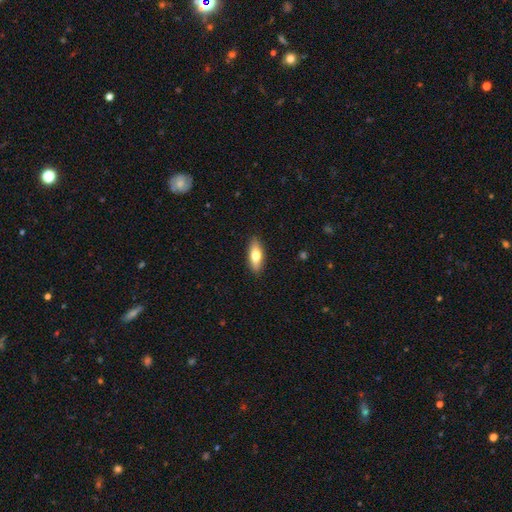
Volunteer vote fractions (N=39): This appears to be a smooth galaxy with no disk features (74%) that is in between round and cigar-shaped (69%). Merging: none (100%).